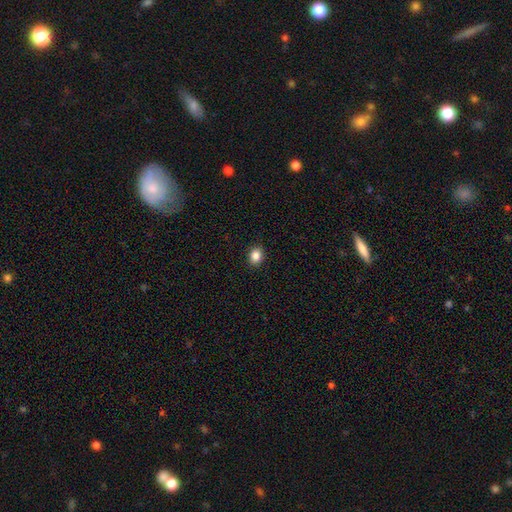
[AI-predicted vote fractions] Smooth or featured?
  - smooth: 86% *
  - star or artifact: 10%
  - featured or disk: 4%
How rounded?
  - in between: 51% *
  - round: 48%
  - cigar-shaped: 1%
Merging?
  - none: 91% *
  - minor disturbance: 6%
  - major disturbance: 2%
  - merger: 1%